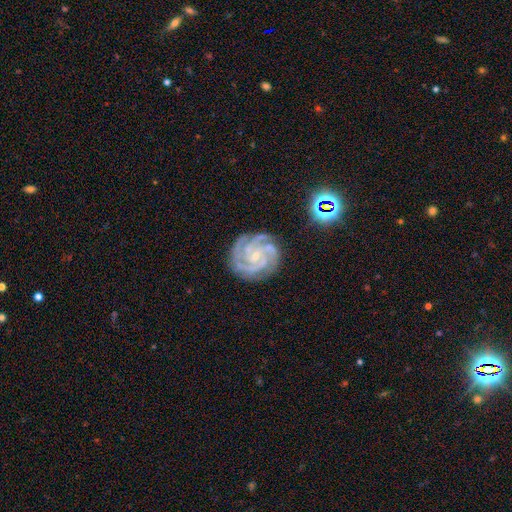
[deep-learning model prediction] Smooth or featured: featured or disk — 91% (star or artifact — 5%)
Edge-on disk: no — 98% (yes — 2%)
Bar: no — 67% (weak — 25%)
Spiral arms: yes — 99% (no — 1%)
Spiral winding: tight — 74% (medium — 24%)
Spiral arm count: 4 — 38% (3 — 36%)
Bulge size: small — 79% (moderate — 16%)
Merging: none — 80% (minor disturbance — 15%)